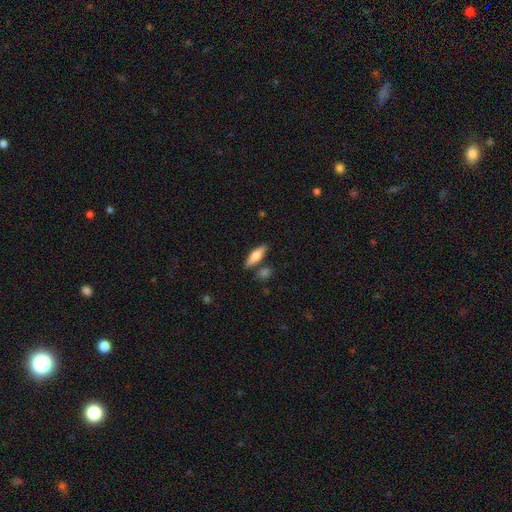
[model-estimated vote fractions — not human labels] smooth_or_featured: smooth (p=0.63) [alt: featured or disk p=0.31]
how_rounded: cigar-shaped (p=0.57) [alt: in between p=0.41]
merging: none (p=0.79) [alt: minor disturbance p=0.11]